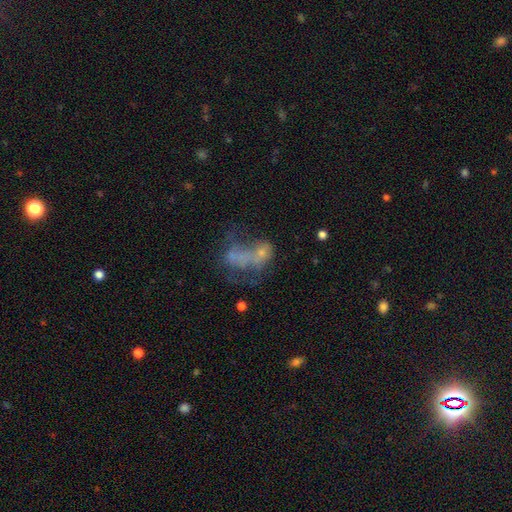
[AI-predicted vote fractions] Smooth or featured: featured or disk — 45% (smooth — 38%)
Merging: merger — 40% (major disturbance — 29%)